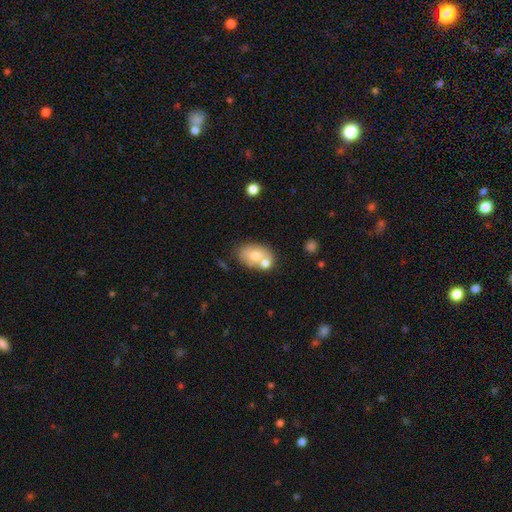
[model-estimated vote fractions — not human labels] smooth-or-featured: smooth: 66% | featured or disk: 27% | star or artifact: 8%
  how-rounded: in between: 85% | round: 14% | cigar-shaped: 1%
  merging: none: 48% | merger: 32% | minor disturbance: 15% | major disturbance: 5%